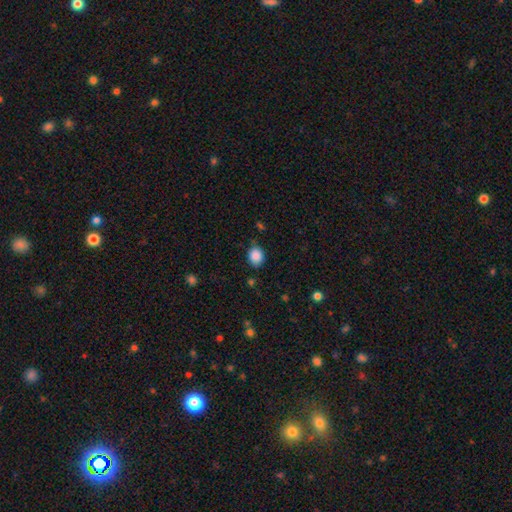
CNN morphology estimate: Smooth or featured?
  - smooth: 87% *
  - star or artifact: 9%
  - featured or disk: 4%
How rounded?
  - round: 59% *
  - in between: 40%
  - cigar-shaped: 1%
Merging?
  - none: 79% *
  - minor disturbance: 16%
  - major disturbance: 3%
  - merger: 2%